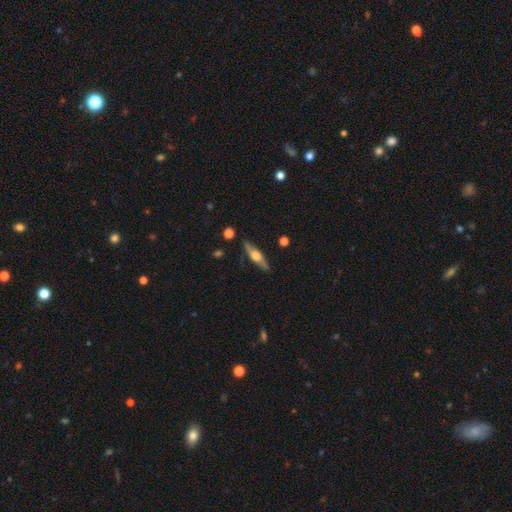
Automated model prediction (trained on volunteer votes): Smooth or featured? Predicted: featured or disk (p=0.67). Edge-on disk? Predicted: yes (p=0.94). Edge-on bulge? Predicted: rounded (p=0.91). Merging? Predicted: none (p=0.86).